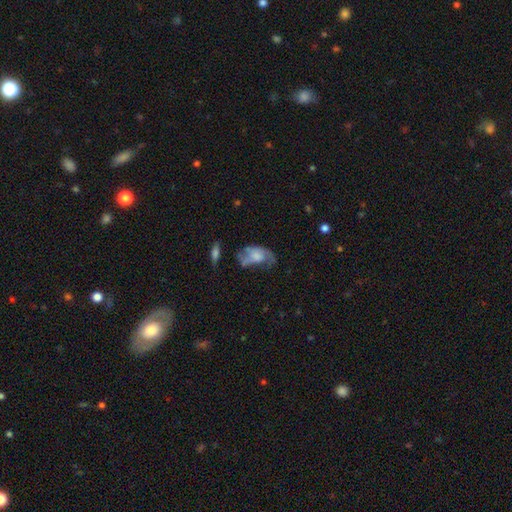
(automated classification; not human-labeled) Q: Smooth or featured?
A: featured or disk (50%); runner-up: smooth (41%)
Q: Edge-on disk?
A: no (95%); runner-up: yes (5%)
Q: Merging?
A: major disturbance (39%); runner-up: none (28%)